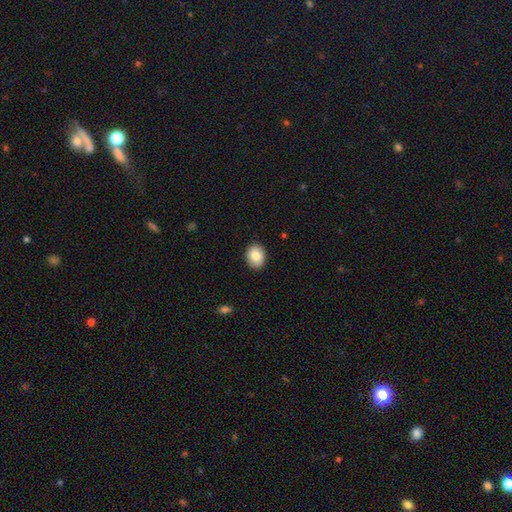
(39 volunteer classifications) Morphology: type=smooth (87%); roundness=in between (53%); merging=none (97%).